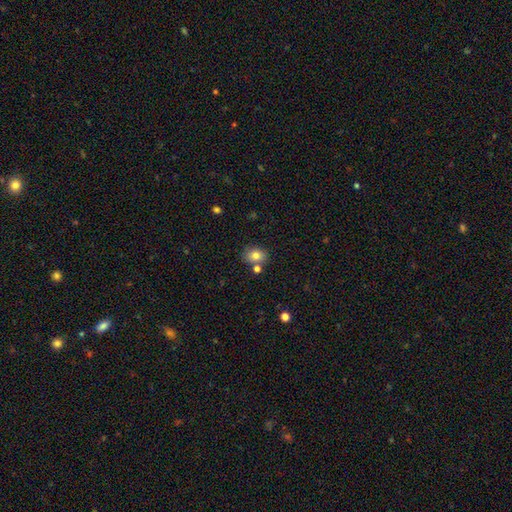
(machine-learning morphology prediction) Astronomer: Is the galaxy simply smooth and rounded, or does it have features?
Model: smooth — 79%.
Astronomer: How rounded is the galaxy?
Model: in between — 62%.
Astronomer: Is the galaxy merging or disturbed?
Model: none — 71%.